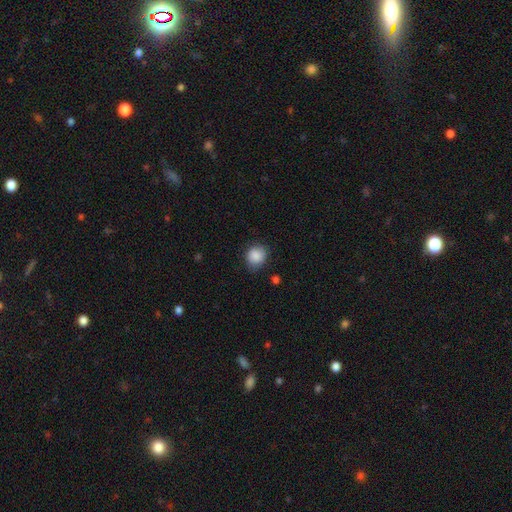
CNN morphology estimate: Smooth or featured? smooth (88%)
How rounded? round (77%)
Merging? none (78%)